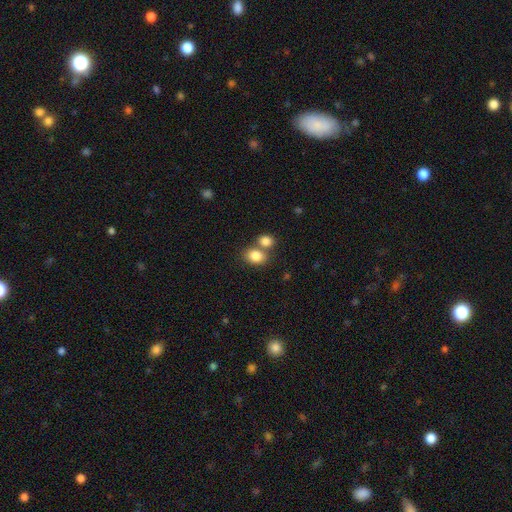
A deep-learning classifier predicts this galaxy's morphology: Smooth or featured?
  - smooth: 83% *
  - star or artifact: 9%
  - featured or disk: 8%
How rounded?
  - in between: 57% *
  - round: 42%
  - cigar-shaped: 1%
Merging?
  - none: 47% *
  - merger: 41%
  - minor disturbance: 9%
  - major disturbance: 3%